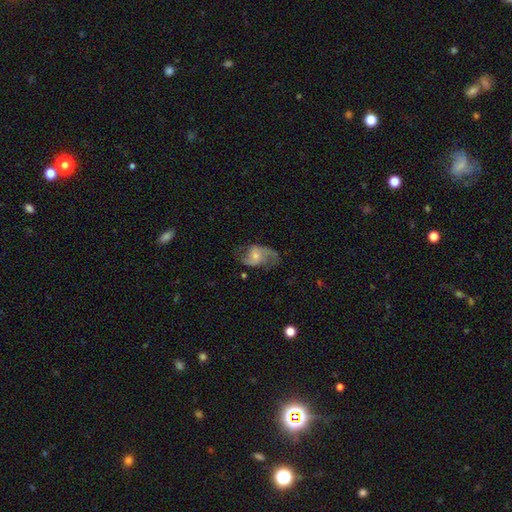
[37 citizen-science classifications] smooth_or_featured: featured or disk (p=0.86) [alt: smooth p=0.08]
disk_edge_on: no (p=0.94) [alt: yes p=0.06]
bar: no (p=0.57) [alt: weak p=0.40]
has_spiral_arms: yes (p=0.87) [alt: no p=0.13]
spiral_winding: medium (p=0.42) [alt: loose p=0.35]
spiral_arm_count: 2 (p=0.73) [alt: can't tell p=0.19]
bulge_size: small (p=0.53) [alt: moderate p=0.47]
merging: none (p=0.63) [alt: minor disturbance p=0.17]